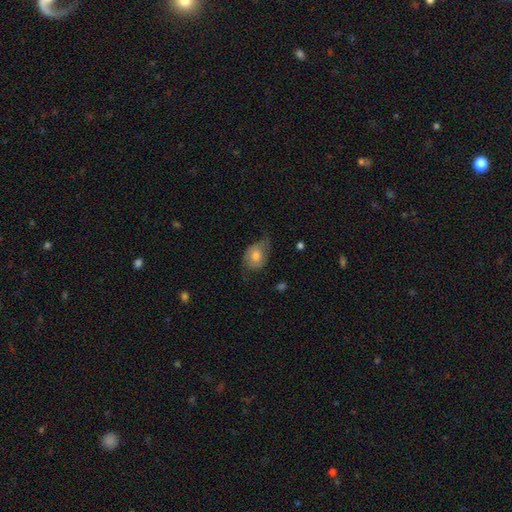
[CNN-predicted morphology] Smooth or featured?
  - smooth: 62% *
  - featured or disk: 31%
  - star or artifact: 8%
How rounded?
  - in between: 70% *
  - round: 29%
  - cigar-shaped: 1%
Merging?
  - none: 43% *
  - minor disturbance: 37%
  - major disturbance: 18%
  - merger: 2%